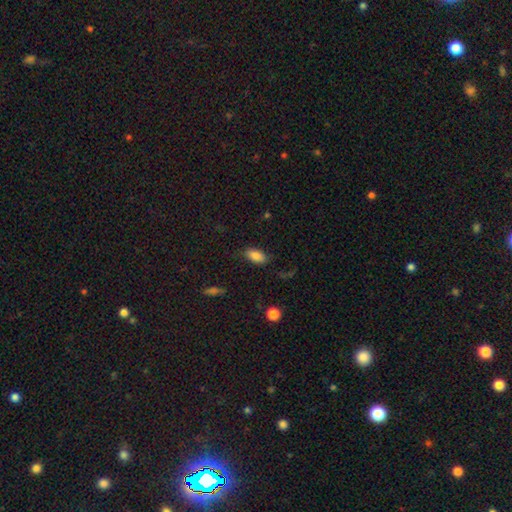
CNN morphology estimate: Smooth or featured? Predicted: smooth (p=0.83). How rounded? Predicted: in between (p=0.92). Merging? Predicted: none (p=0.77).